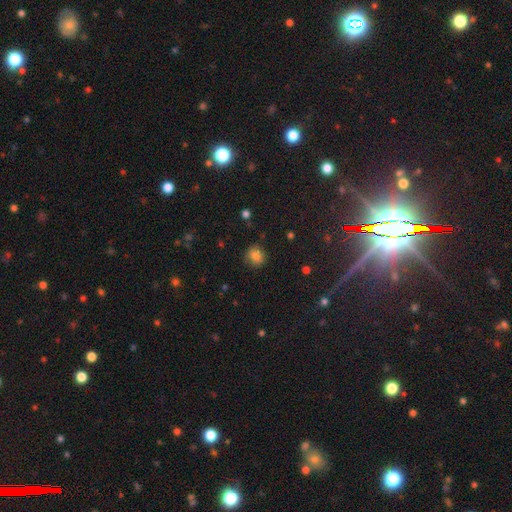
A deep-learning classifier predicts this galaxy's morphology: Smooth or featured: smooth — 81% (star or artifact — 12%)
How rounded: round — 82% (in between — 17%)
Merging: none — 83% (minor disturbance — 13%)